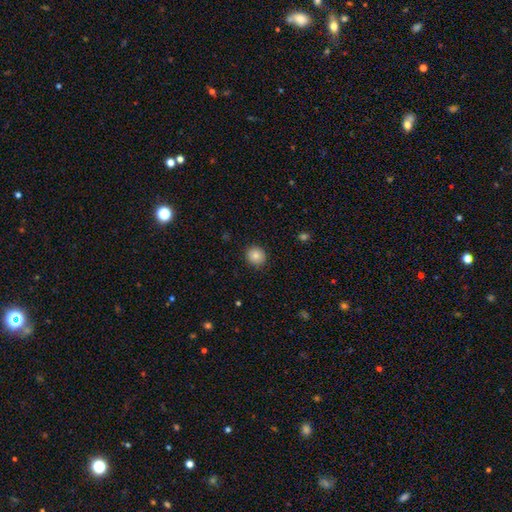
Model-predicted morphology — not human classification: Overall: smooth (83%). How rounded: round (86%). Merging: none (89%).